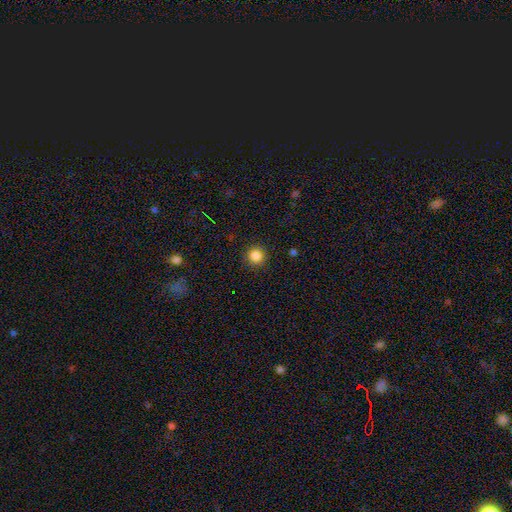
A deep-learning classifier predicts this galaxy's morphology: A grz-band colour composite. It shows a smooth galaxy with no disk features (85%) that is round (95%). Merging: none (92%).